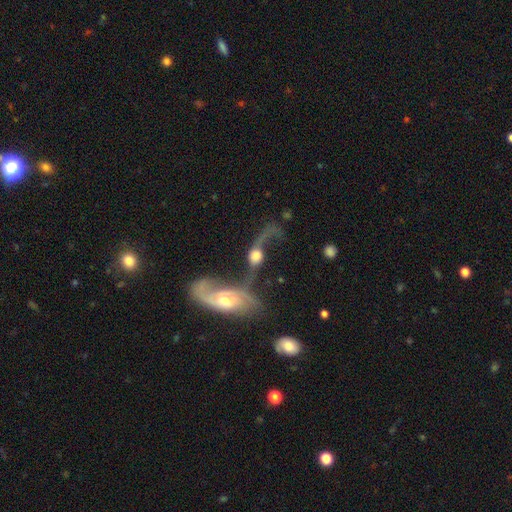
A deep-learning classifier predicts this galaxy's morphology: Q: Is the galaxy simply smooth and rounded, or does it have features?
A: featured or disk — 68%.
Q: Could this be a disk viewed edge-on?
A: no — 87%.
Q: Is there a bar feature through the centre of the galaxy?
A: no — 61%.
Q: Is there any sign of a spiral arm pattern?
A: yes — 85%.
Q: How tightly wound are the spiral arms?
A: loose — 84%.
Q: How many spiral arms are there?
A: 2 — 73%.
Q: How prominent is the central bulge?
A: moderate — 41%.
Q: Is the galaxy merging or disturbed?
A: merger — 63%.